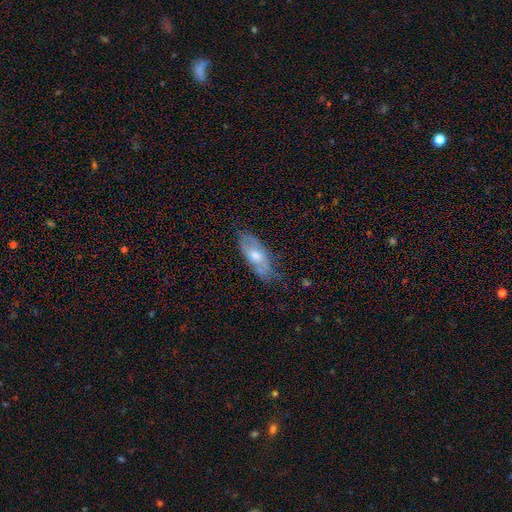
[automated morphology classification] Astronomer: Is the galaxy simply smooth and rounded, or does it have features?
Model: smooth — 47% (runner-up: featured or disk, 46%).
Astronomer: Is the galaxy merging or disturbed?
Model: none — 65%.